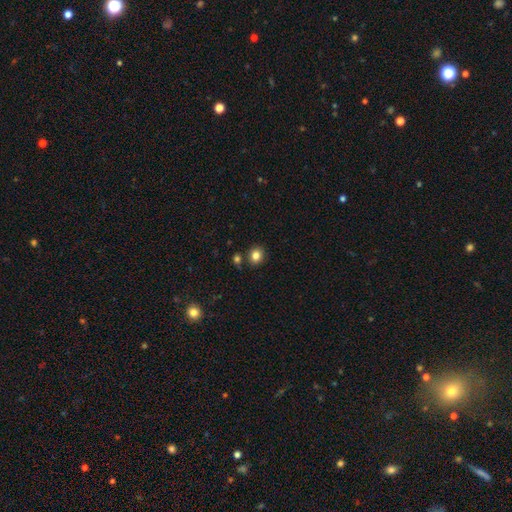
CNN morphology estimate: A smooth galaxy with no disk features (83%) that is round (74%). Merging: none (83%).